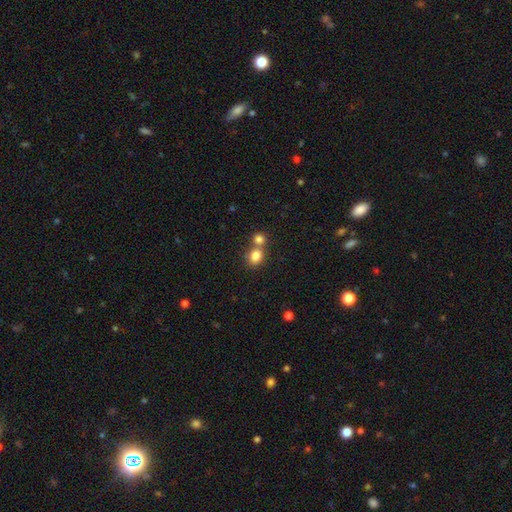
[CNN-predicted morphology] This is clearly a smooth galaxy (82%). How rounded: likely round (65%). Merging: possibly none (45%, tied with merger).